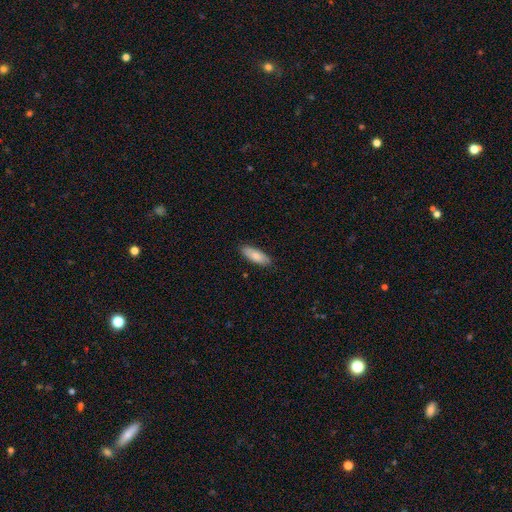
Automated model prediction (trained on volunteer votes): Overall: smooth (79%). How rounded: in between (67%; cigar-shaped 31%). Merging: none (85%).